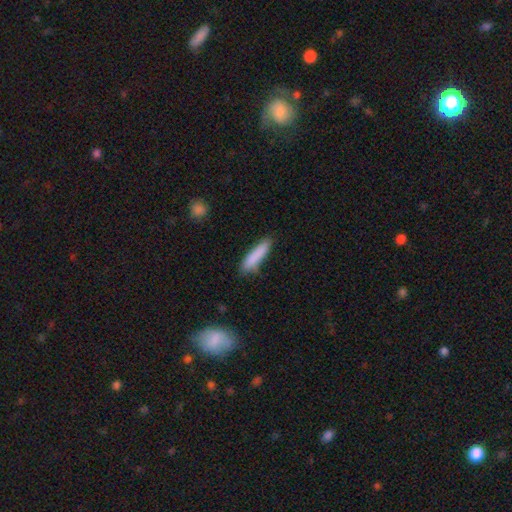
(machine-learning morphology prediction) Smooth or featured? Predicted: smooth (p=0.85). How rounded? Predicted: cigar-shaped (p=0.80). Merging? Predicted: none (p=0.78).